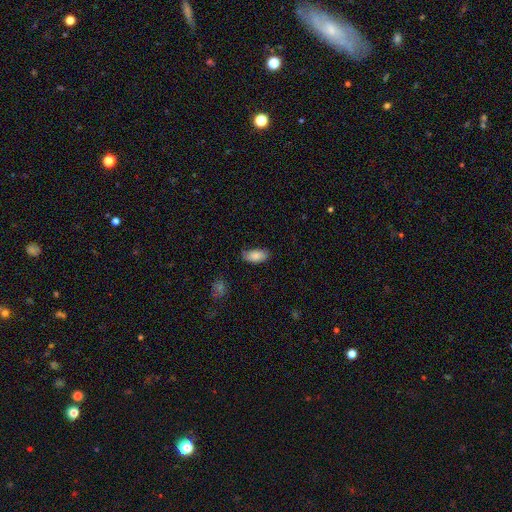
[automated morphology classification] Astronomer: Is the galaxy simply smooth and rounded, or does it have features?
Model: smooth — 85%.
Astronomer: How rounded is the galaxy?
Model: in between — 93%.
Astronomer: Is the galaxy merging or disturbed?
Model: none — 74%.